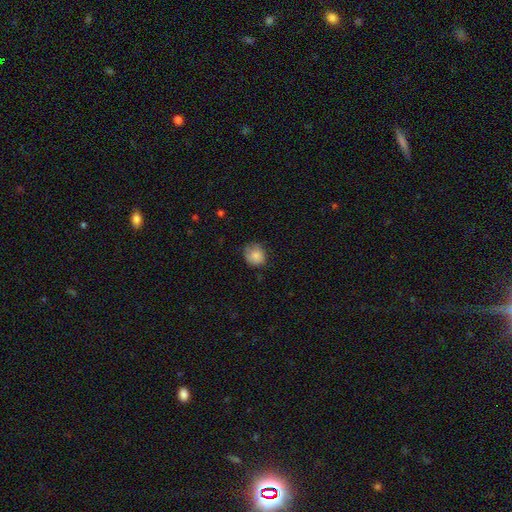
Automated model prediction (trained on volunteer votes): smooth-or-featured: smooth: 84% | star or artifact: 9% | featured or disk: 8%
  how-rounded: round: 74% | in between: 25% | cigar-shaped: 1%
  merging: none: 66% | minor disturbance: 26% | major disturbance: 6% | merger: 1%